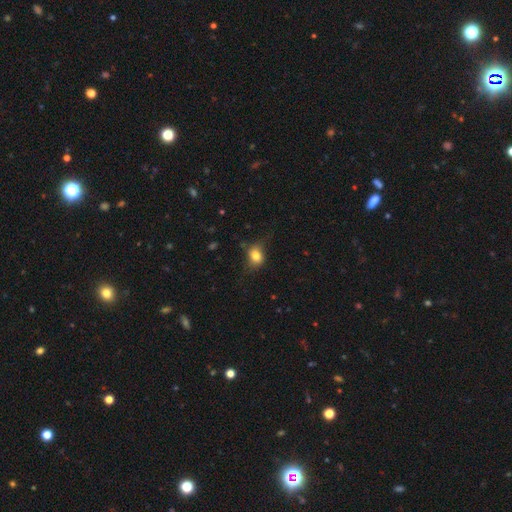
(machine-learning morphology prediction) Smooth or featured?
  - smooth: 77% *
  - featured or disk: 13%
  - star or artifact: 10%
How rounded?
  - in between: 55% *
  - round: 43%
  - cigar-shaped: 2%
Merging?
  - none: 64% *
  - minor disturbance: 25%
  - major disturbance: 10%
  - merger: 1%